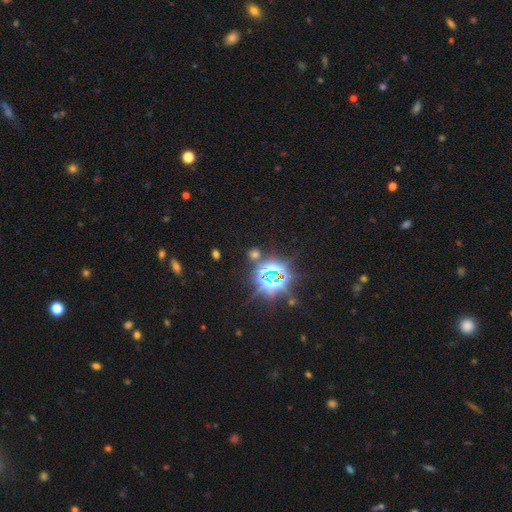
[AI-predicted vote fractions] The model was most divided on "smooth or featured": star or artifact: 78%, smooth: 13%, featured or disk: 8%.